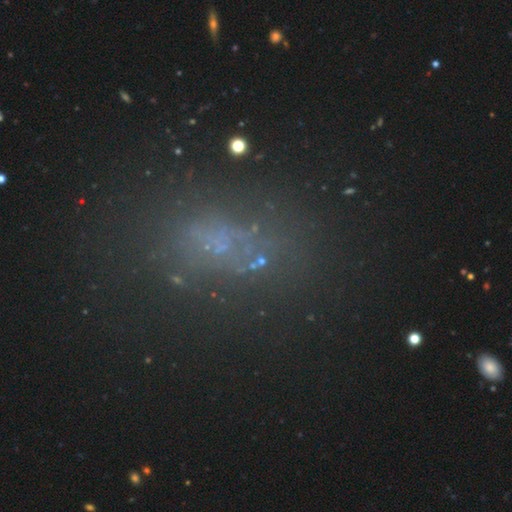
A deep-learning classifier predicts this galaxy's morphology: Smooth or featured: smooth — 41% (star or artifact — 32%)
Merging: none — 58% (minor disturbance — 19%)